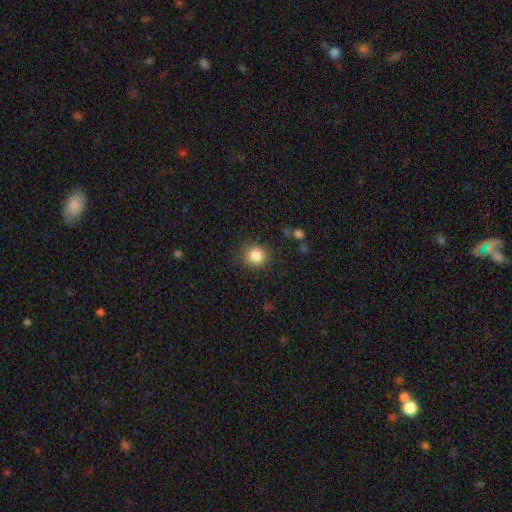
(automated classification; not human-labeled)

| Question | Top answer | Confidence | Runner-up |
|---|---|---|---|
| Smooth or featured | smooth | 85% | star or artifact (10%) |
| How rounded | round | 86% | in between (13%) |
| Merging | none | 87% | minor disturbance (9%) |